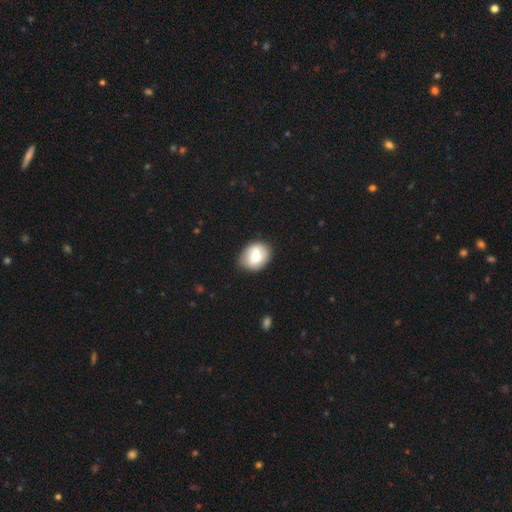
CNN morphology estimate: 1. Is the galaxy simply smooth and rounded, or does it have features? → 74% smooth, 19% featured or disk, 7% star or artifact.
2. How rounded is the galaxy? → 56% in between, 43% round, 1% cigar-shaped.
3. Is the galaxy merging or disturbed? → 76% none, 18% minor disturbance, 4% major disturbance, 2% merger.